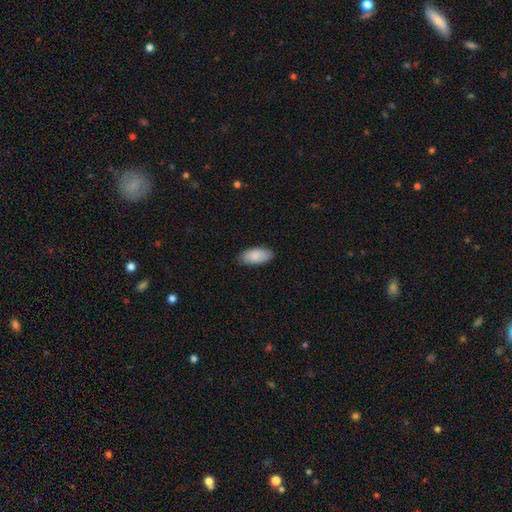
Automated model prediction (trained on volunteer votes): smooth_or_featured: smooth (p=0.88) [alt: featured or disk p=0.07]
how_rounded: in between (p=0.93) [alt: cigar-shaped p=0.05]
merging: none (p=0.84) [alt: minor disturbance p=0.13]